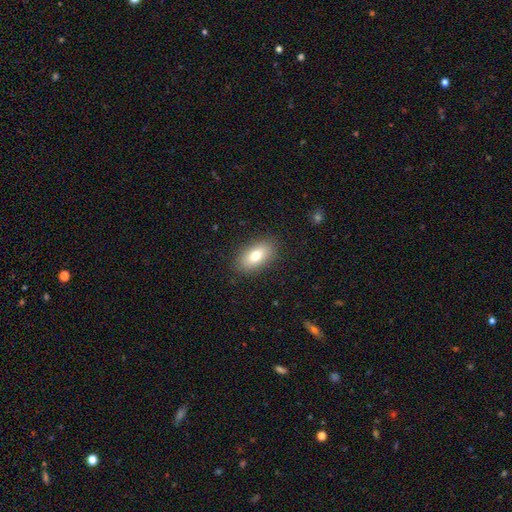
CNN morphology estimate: Q: Smooth or featured?
A: smooth (77%); runner-up: featured or disk (15%)
Q: How rounded?
A: in between (89%); runner-up: cigar-shaped (5%)
Q: Merging?
A: none (88%); runner-up: minor disturbance (9%)